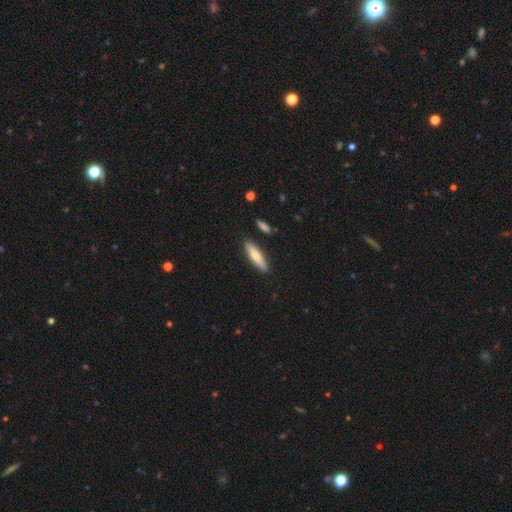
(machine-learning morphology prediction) Q: Smooth or featured?
A: smooth (73%); runner-up: featured or disk (22%)
Q: How rounded?
A: cigar-shaped (67%); runner-up: in between (31%)
Q: Merging?
A: none (85%); runner-up: minor disturbance (10%)